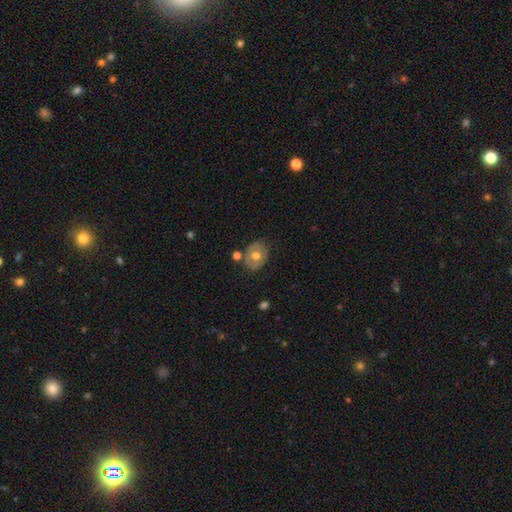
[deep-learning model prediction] Overall: smooth (50%; featured or disk 43%). Merging: none (70%).